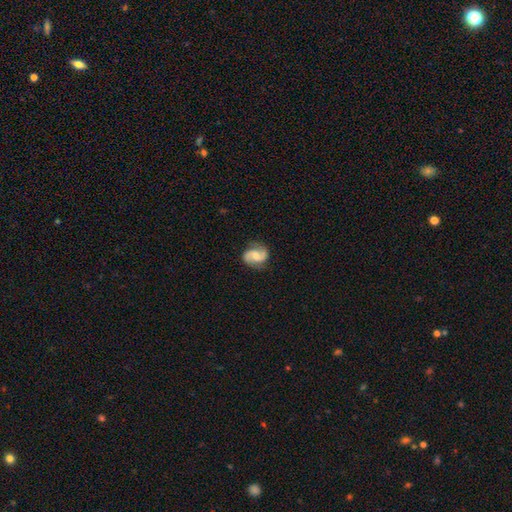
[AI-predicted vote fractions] featured or disk 81%, smooth 13%, star or artifact 6%. Down the decision tree: edge-on disk — no (98%); bar — no (47%); spiral arms — yes (97%); spiral arm count — 2 (93%); spiral winding — medium (49%); bulge size — moderate (46%); merging — none (82%).